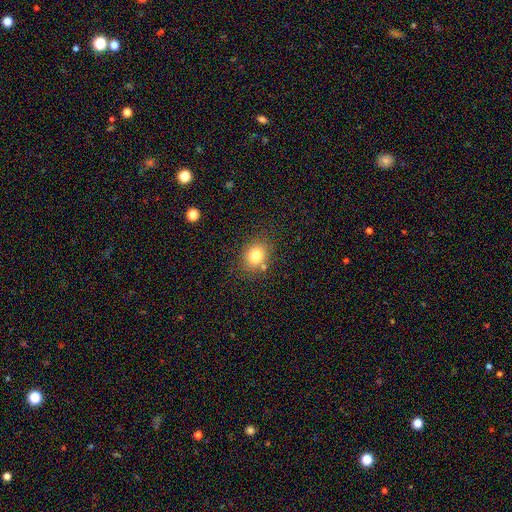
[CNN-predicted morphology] Smooth or featured? Predicted: smooth (p=0.78). How rounded? Predicted: round (p=0.60). Merging? Predicted: none (p=0.77).